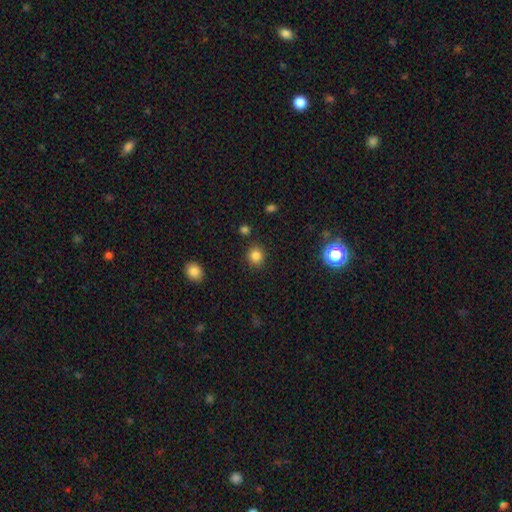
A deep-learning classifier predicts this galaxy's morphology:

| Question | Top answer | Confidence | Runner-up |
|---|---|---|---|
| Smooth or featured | smooth | 83% | star or artifact (12%) |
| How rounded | round | 86% | in between (13%) |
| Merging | none | 88% | minor disturbance (7%) |